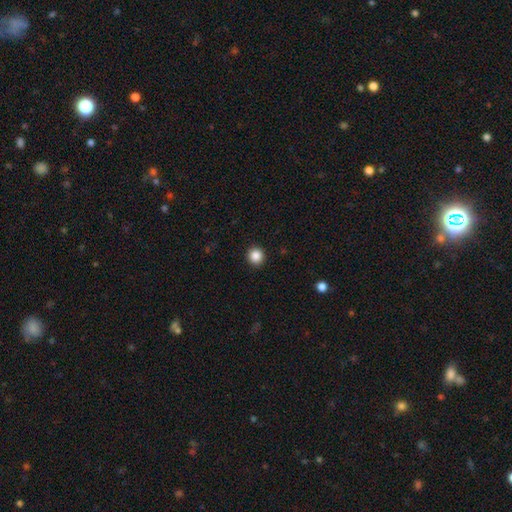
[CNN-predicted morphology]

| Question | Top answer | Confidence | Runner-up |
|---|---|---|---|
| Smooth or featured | smooth | 87% | star or artifact (10%) |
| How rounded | round | 94% | in between (5%) |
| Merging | none | 93% | minor disturbance (4%) |